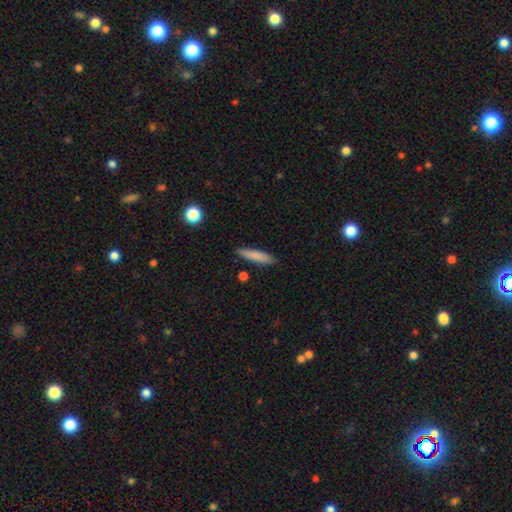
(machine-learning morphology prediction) This is clearly a smooth galaxy (82%). How rounded: clearly cigar-shaped (82%). Merging: clearly none (86%).